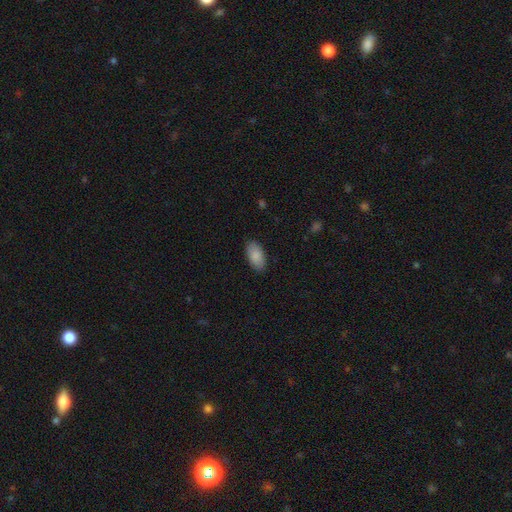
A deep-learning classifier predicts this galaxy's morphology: smooth-or-featured: smooth: 88% | star or artifact: 6% | featured or disk: 6%
  how-rounded: in between: 94% | cigar-shaped: 3% | round: 3%
  merging: none: 87% | minor disturbance: 10% | major disturbance: 2% | merger: 1%